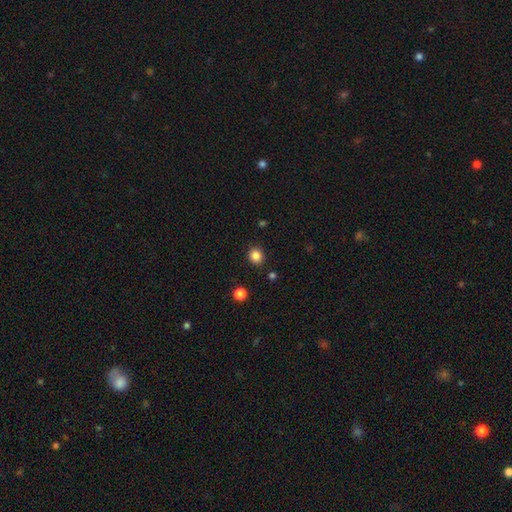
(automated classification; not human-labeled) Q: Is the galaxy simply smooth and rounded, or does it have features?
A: smooth — 85%.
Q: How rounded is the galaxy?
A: round — 76%.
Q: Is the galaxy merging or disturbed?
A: none — 88%.